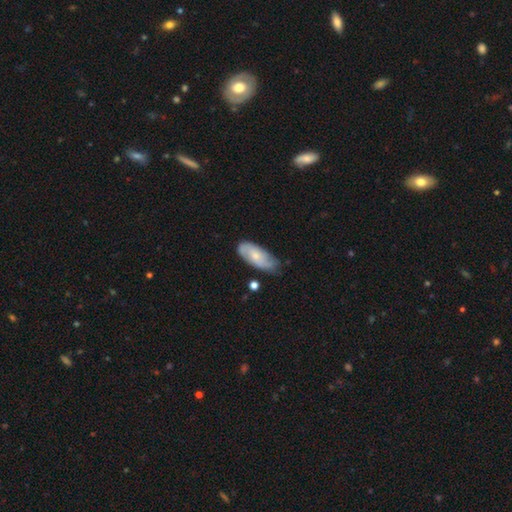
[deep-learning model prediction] Smooth or featured? smooth (52%)
How rounded? in between (83%)
Merging? none (63%)